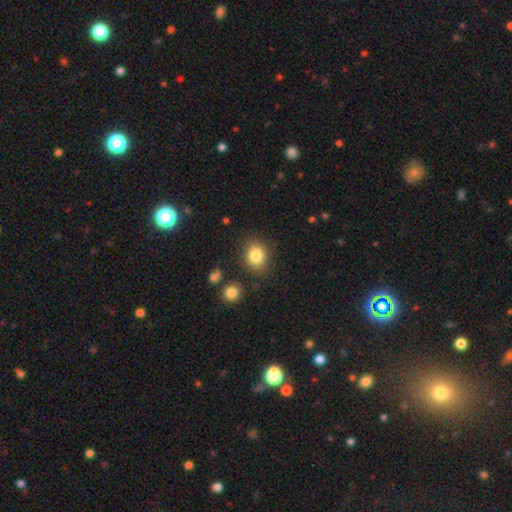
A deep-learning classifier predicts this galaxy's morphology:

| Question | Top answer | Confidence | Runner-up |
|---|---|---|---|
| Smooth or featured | smooth | 83% | star or artifact (10%) |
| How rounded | round | 63% | in between (36%) |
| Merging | none | 82% | minor disturbance (11%) |